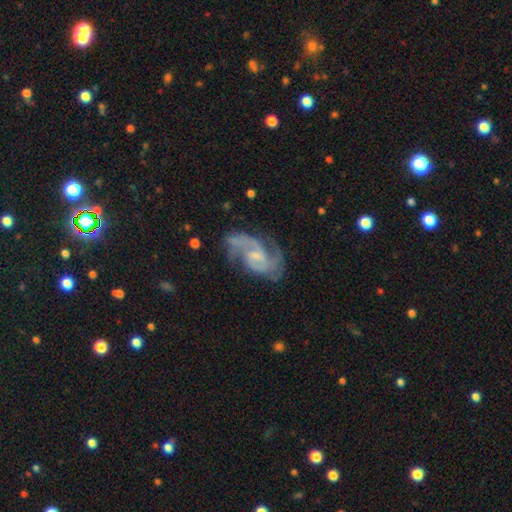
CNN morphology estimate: Smooth or featured? Predicted: featured or disk (p=0.90). Edge-on disk? Predicted: no (p=0.98). Bar? Predicted: weak (p=0.48). Spiral arms? Predicted: yes (p=0.98). Spiral winding? Predicted: medium (p=0.55). Spiral arm count? Predicted: 2 (p=0.67). Bulge size? Predicted: small (p=0.62). Merging? Predicted: none (p=0.69).